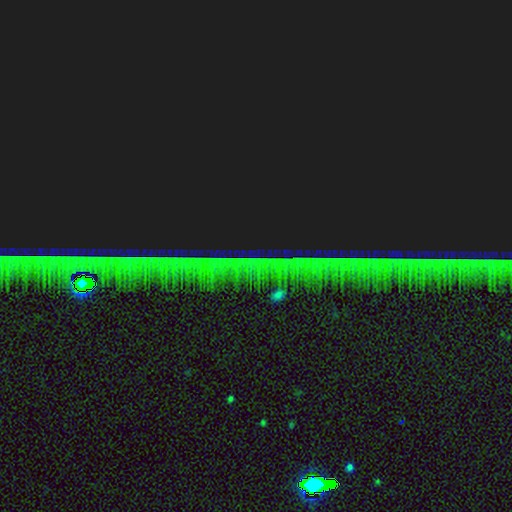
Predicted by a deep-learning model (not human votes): A star or artifact, not a galaxy (85%).